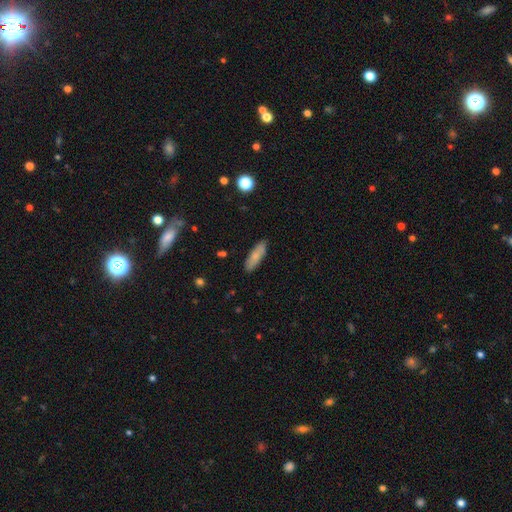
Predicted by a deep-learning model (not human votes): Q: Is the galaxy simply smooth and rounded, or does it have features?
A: smooth — 75%.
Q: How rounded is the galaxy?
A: cigar-shaped — 53%.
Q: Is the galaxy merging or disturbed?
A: none — 87%.